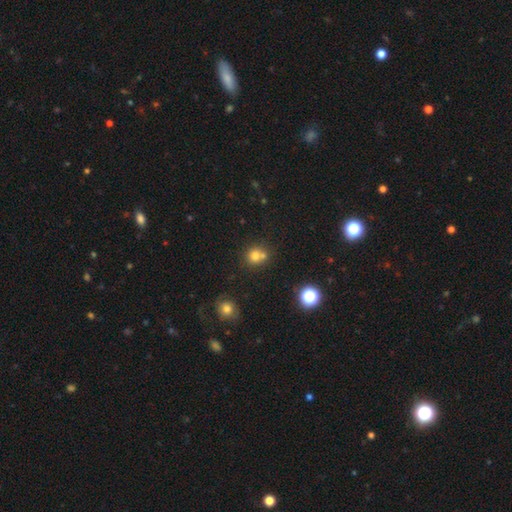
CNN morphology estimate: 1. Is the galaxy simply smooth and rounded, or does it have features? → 74% smooth, 15% star or artifact, 11% featured or disk.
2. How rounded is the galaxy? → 84% round, 15% in between, 1% cigar-shaped.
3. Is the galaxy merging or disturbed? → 48% none, 41% merger, 8% minor disturbance, 3% major disturbance.